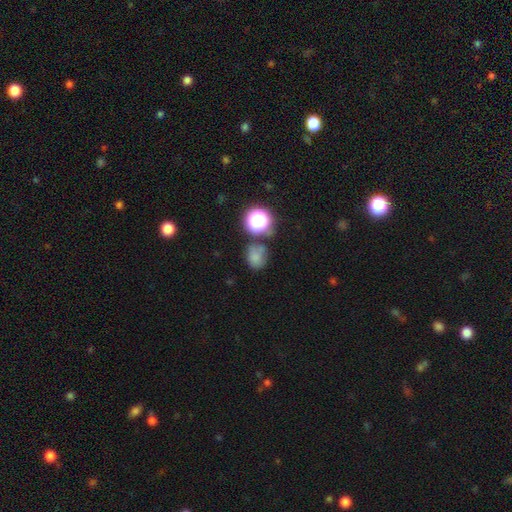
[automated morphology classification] A smooth galaxy with no disk features (70%) that is round (63%). Merging: none (53%).